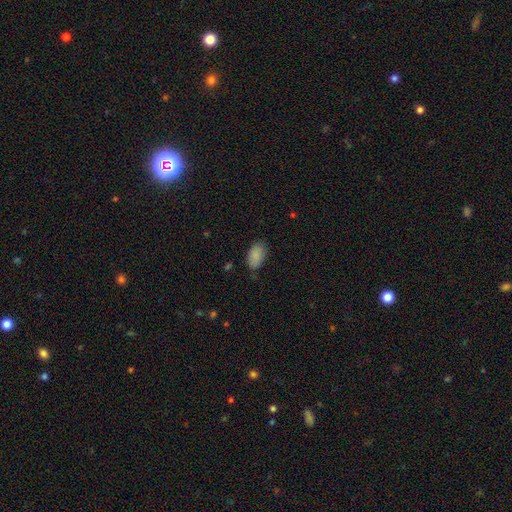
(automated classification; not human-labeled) smooth 88%, star or artifact 8%, featured or disk 5%. Down the decision tree: how rounded — in between (93%); merging — none (71%).